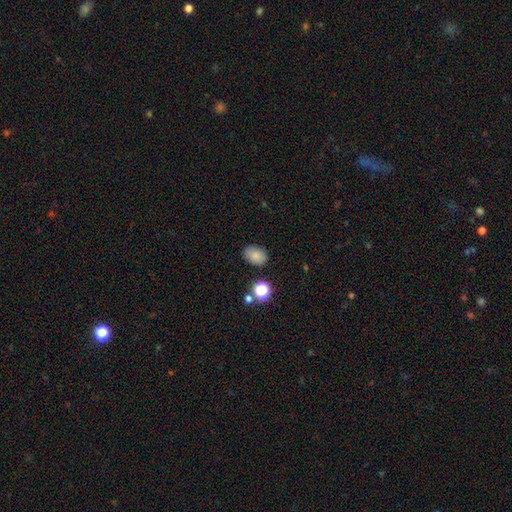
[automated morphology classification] This is clearly a smooth galaxy (82%). How rounded: clearly in between (80%). Merging: clearly none (82%).